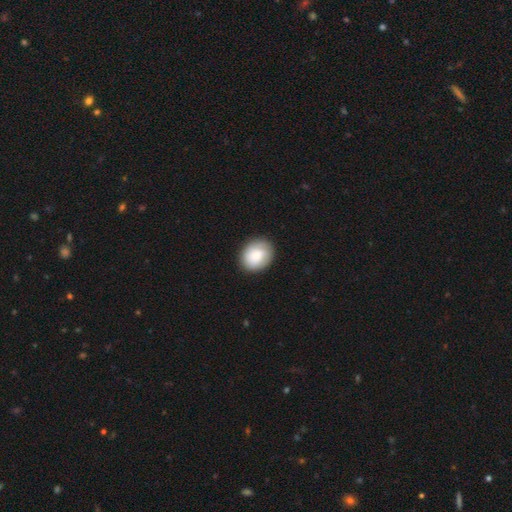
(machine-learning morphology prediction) Smooth or featured? smooth (82%)
How rounded? round (57%)
Merging? none (86%)